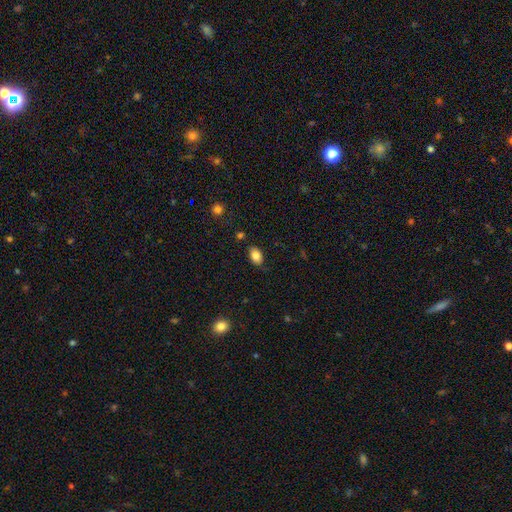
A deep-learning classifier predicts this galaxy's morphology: Smooth or featured? Predicted: smooth (p=0.84). How rounded? Predicted: in between (p=0.88). Merging? Predicted: none (p=0.82).